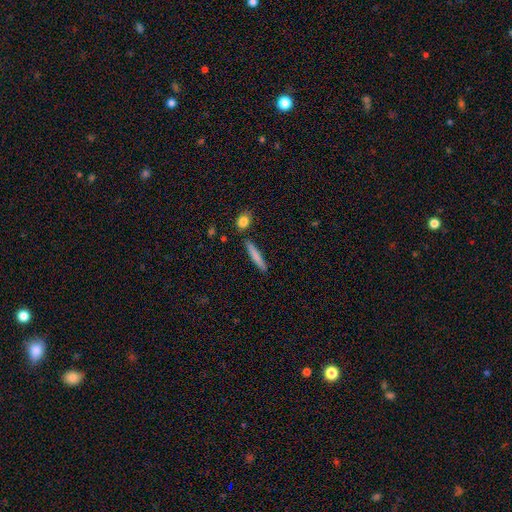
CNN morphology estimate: Overall: smooth (77%). How rounded: cigar-shaped (93%). Merging: none (86%).